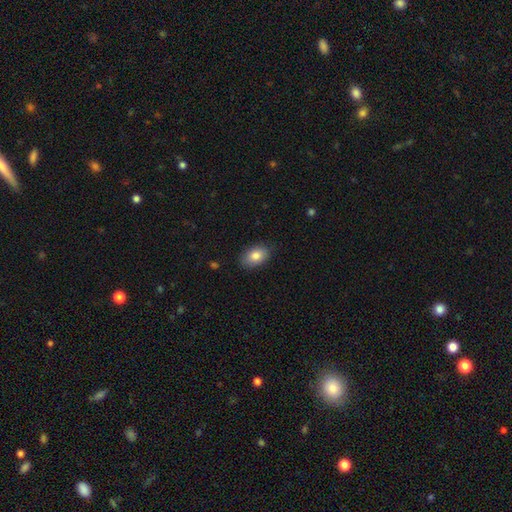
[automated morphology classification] Q: Smooth or featured?
A: smooth (84%); runner-up: featured or disk (9%)
Q: How rounded?
A: in between (89%); runner-up: round (10%)
Q: Merging?
A: none (85%); runner-up: minor disturbance (11%)